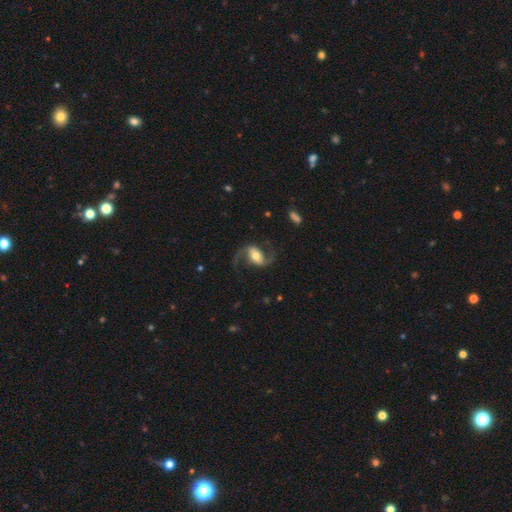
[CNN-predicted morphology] type=featured or disk (86%); edge-on=no (97%); bar=weak (38%); spiral arms=yes (97%); winding=loose (61%); arm count=2 (93%); bulge=moderate (61%); merging=none (75%).